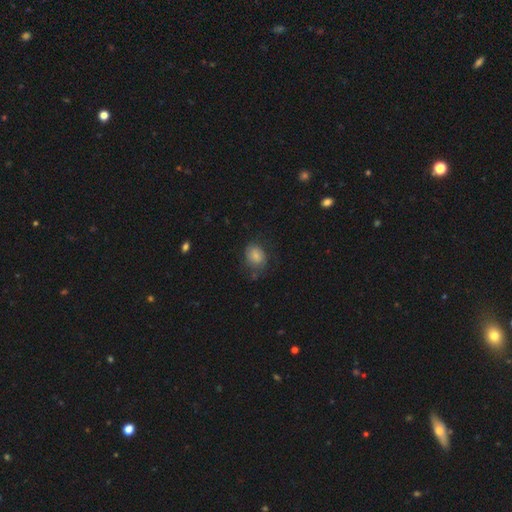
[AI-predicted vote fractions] smooth_or_featured: smooth (p=0.73) [alt: featured or disk p=0.18]
how_rounded: in between (p=0.59) [alt: round p=0.40]
merging: none (p=0.56) [alt: minor disturbance p=0.27]